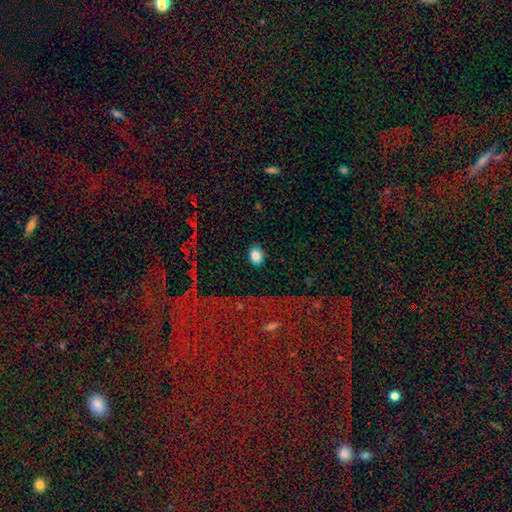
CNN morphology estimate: Overall: smooth (82%). How rounded: in between (58%; round 40%). Merging: none (86%).